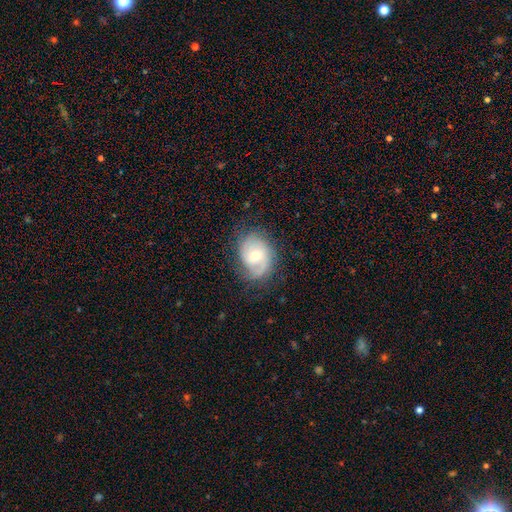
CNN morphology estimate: featured or disk 63%, smooth 29%, star or artifact 8%. Down the decision tree: edge-on disk — no (96%); bar — no (72%); spiral arms — yes (84%); spiral arm count — 2 (46%); spiral winding — tight (42%); bulge size — moderate (55%); merging — none (70%).